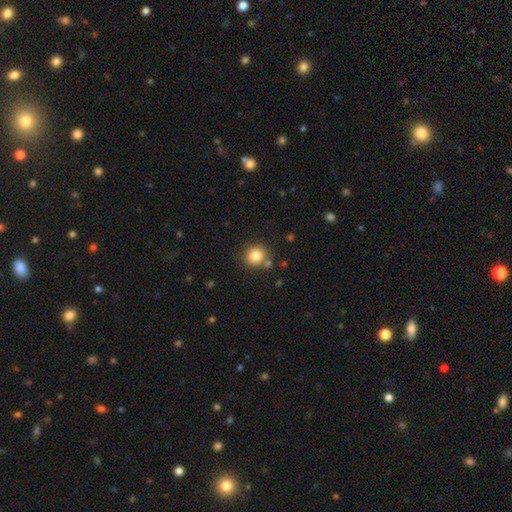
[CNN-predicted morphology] Smooth or featured?
  - smooth: 84% *
  - star or artifact: 11%
  - featured or disk: 6%
How rounded?
  - round: 90% *
  - in between: 10%
  - cigar-shaped: 1%
Merging?
  - none: 78% *
  - minor disturbance: 10%
  - merger: 9%
  - major disturbance: 3%